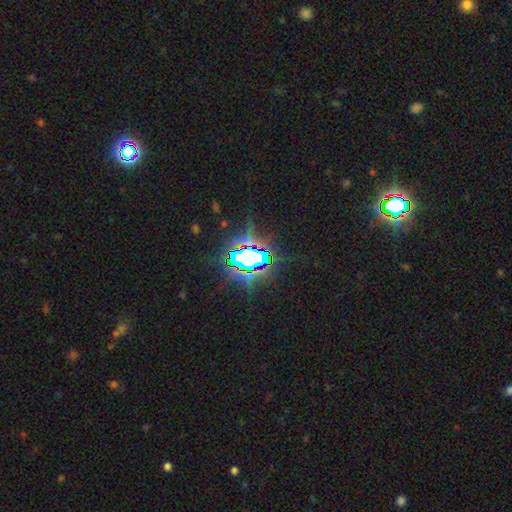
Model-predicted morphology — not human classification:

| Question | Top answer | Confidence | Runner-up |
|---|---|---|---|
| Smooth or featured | star or artifact | 82% | smooth (10%) |